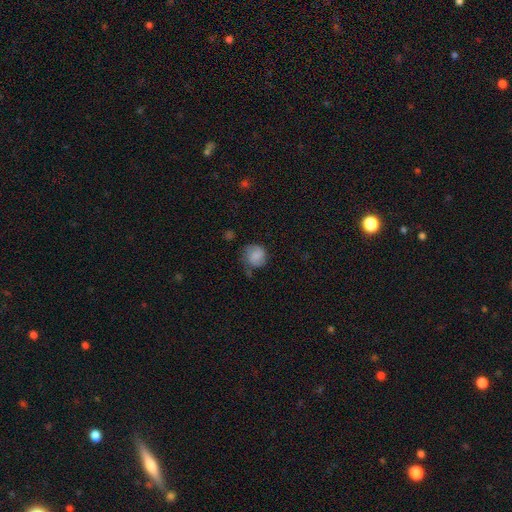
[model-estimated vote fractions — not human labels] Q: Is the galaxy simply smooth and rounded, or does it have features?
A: smooth — 75%.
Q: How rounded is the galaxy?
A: round — 78%.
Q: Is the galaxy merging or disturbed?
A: none — 52%.